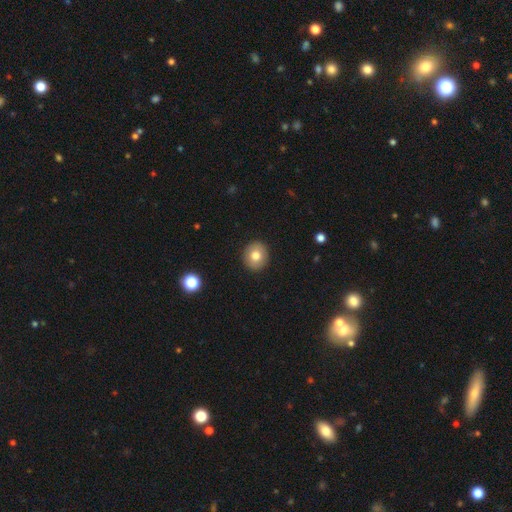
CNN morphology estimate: This appears to be a smooth galaxy with no disk features (78%) that is round (84%). Merging: none (91%).